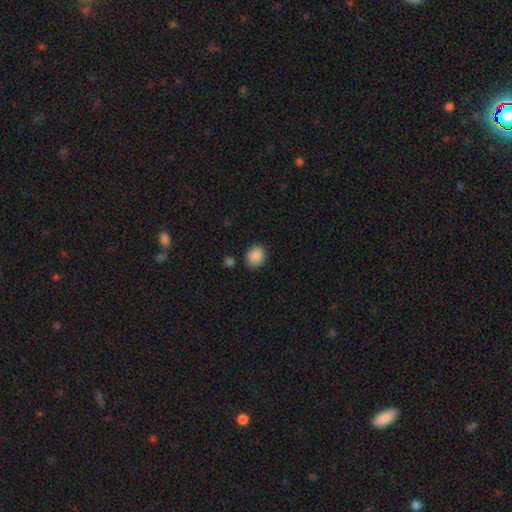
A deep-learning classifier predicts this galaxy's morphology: A smooth galaxy with no disk features (88%) that is round (71%).

Vote fractions:
- Smooth or featured? smooth: 88% / star or artifact: 9% / featured or disk: 3%
- How rounded? round: 71% / in between: 29% / cigar-shaped: 1%
- Merging? none: 82% / minor disturbance: 11% / merger: 4% / major disturbance: 3%